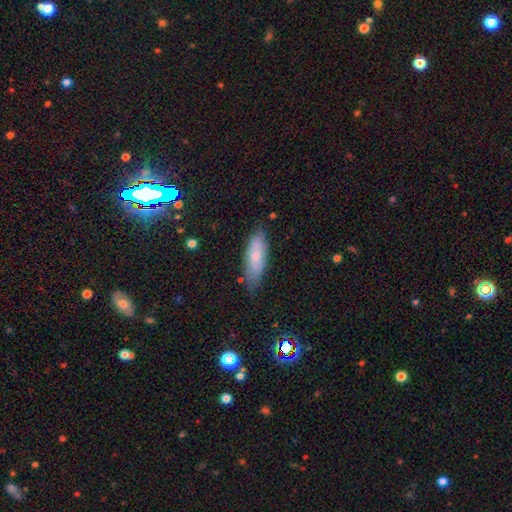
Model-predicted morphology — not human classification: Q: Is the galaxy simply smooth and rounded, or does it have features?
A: smooth — 63%.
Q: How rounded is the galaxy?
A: in between — 63%.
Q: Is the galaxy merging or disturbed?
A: none — 72%.